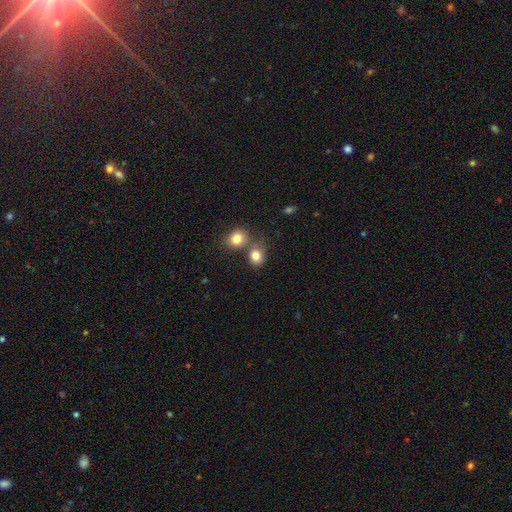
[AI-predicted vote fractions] Smooth or featured: smooth — 83% (star or artifact — 10%)
How rounded: round — 66% (in between — 33%)
Merging: none — 49% (merger — 38%)